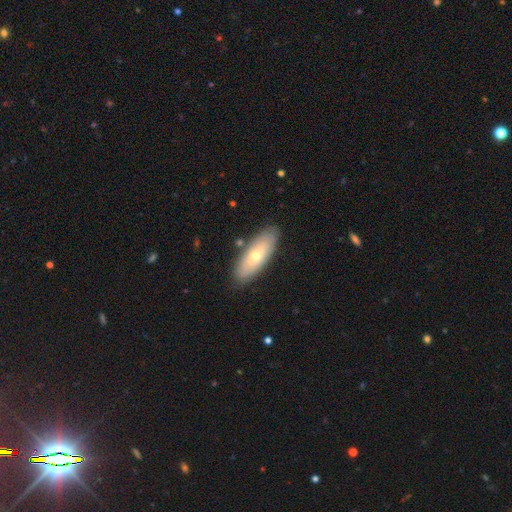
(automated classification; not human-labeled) smooth_or_featured: smooth (p=0.59) [alt: featured or disk p=0.35]
how_rounded: in between (p=0.69) [alt: cigar-shaped p=0.29]
merging: none (p=0.85) [alt: minor disturbance p=0.10]